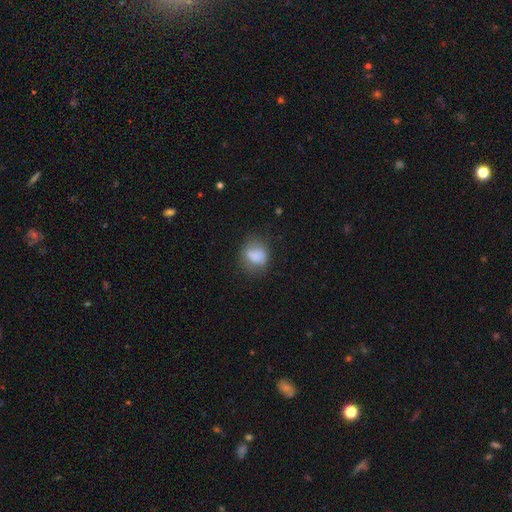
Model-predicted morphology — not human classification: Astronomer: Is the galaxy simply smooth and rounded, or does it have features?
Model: smooth — 79%.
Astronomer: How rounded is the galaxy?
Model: round — 56% (runner-up: in between, 42%).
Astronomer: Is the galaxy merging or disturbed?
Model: none — 57%.